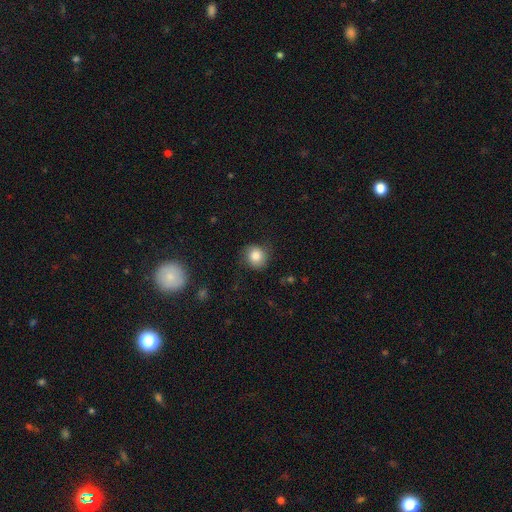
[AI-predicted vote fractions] smooth_or_featured: smooth (p=0.80) [alt: featured or disk p=0.11]
how_rounded: round (p=0.83) [alt: in between p=0.16]
merging: none (p=0.75) [alt: minor disturbance p=0.17]